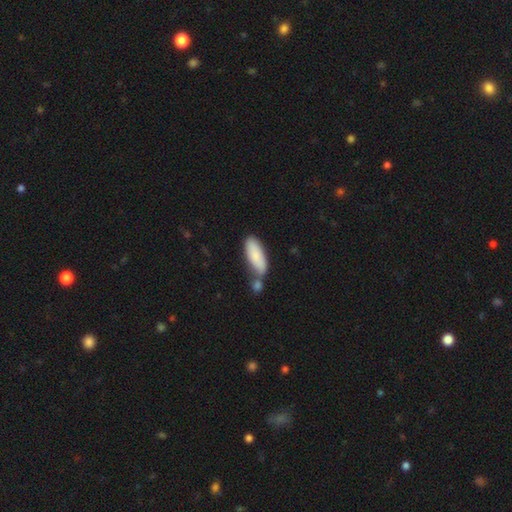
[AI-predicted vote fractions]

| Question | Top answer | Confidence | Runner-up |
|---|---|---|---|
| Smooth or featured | smooth | 83% | featured or disk (11%) |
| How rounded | in between | 73% | cigar-shaped (25%) |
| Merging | none | 48% | merger (30%) |